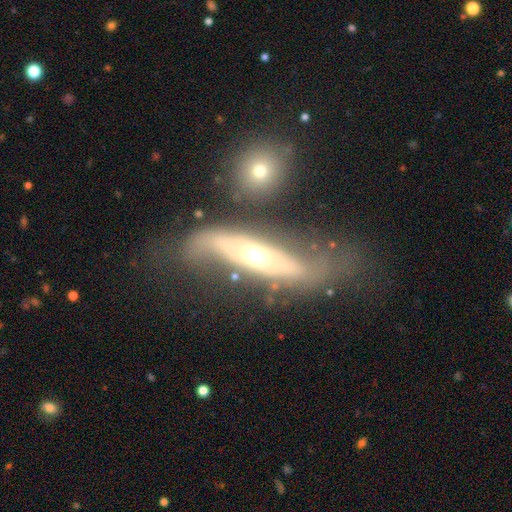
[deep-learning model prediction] smooth-or-featured: featured or disk: 72% | smooth: 21% | star or artifact: 7%
  disk-edge-on: no: 71% | yes: 29%
    bar: no: 60% | weak: 22% | strong: 19%
    has-spiral-arms: yes: 68% | no: 32%
    bulge-size: moderate: 61% | small: 26% | large: 9% | dominant: 2% | none: 1%
  merging: none: 38% | major disturbance: 27% | minor disturbance: 21% | merger: 14%